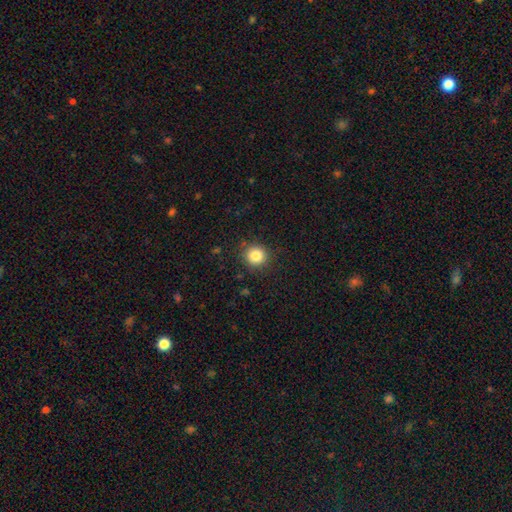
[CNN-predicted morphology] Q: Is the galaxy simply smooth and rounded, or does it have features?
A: smooth — 84%.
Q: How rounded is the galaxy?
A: round — 92%.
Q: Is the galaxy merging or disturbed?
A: none — 89%.